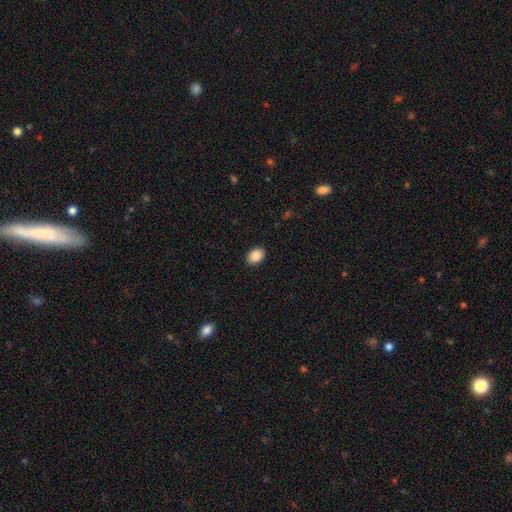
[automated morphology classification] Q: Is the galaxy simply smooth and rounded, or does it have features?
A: smooth — 90%.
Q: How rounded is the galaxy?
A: in between — 75%.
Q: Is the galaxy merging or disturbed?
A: none — 90%.